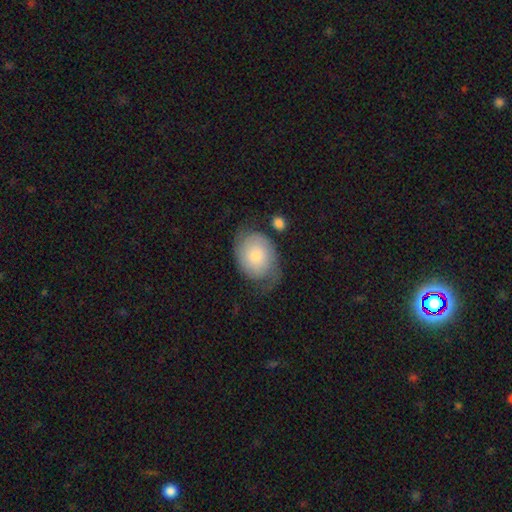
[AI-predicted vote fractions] Smooth or featured? Predicted: featured or disk (p=0.49). Merging? Predicted: none (p=0.54).